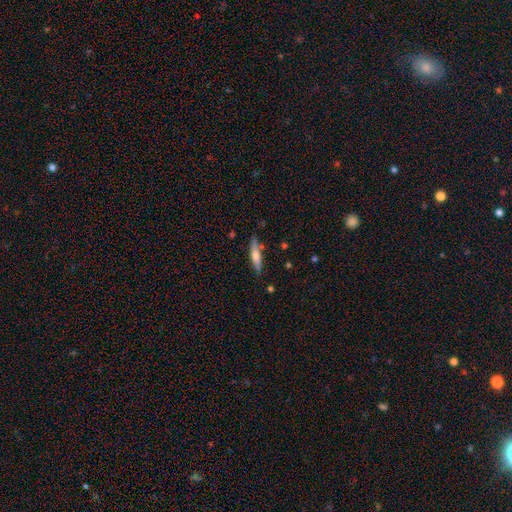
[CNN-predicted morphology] smooth_or_featured: smooth (p=0.59) [alt: featured or disk p=0.35]
how_rounded: cigar-shaped (p=0.76) [alt: in between p=0.22]
merging: none (p=0.78) [alt: minor disturbance p=0.15]